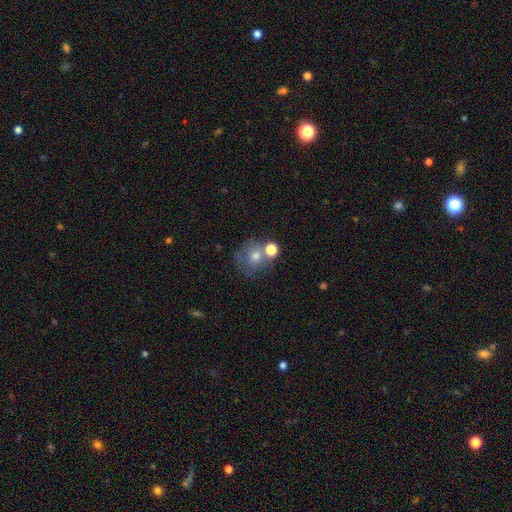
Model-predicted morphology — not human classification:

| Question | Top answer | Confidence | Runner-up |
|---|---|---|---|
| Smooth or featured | smooth | 66% | featured or disk (21%) |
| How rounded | round | 84% | in between (15%) |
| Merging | none | 51% | merger (28%) |